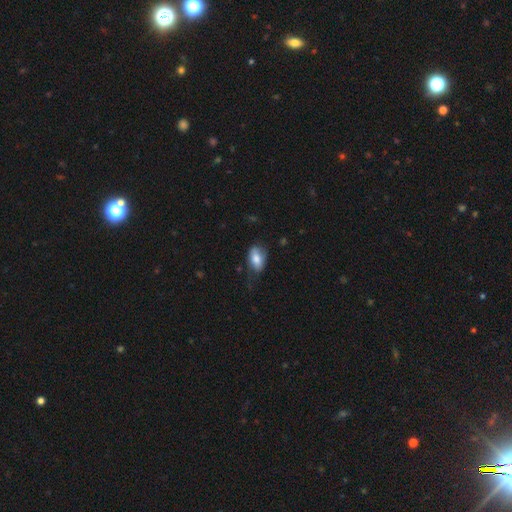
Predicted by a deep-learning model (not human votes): This is likely a smooth galaxy (74%). How rounded: clearly in between (89%). Merging: possibly none (53%).